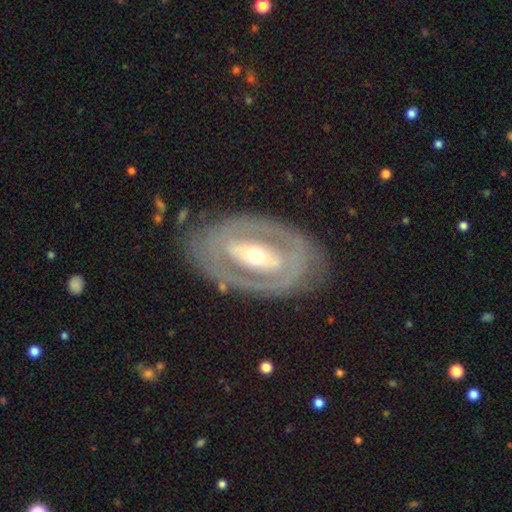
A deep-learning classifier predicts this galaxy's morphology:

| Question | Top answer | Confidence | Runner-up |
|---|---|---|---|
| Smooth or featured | featured or disk | 77% | smooth (18%) |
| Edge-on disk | no | 92% | yes (8%) |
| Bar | strong | 41% | no (32%) |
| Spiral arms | no | 60% | yes (40%) |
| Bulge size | moderate | 66% | small (23%) |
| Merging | none | 77% | minor disturbance (14%) |